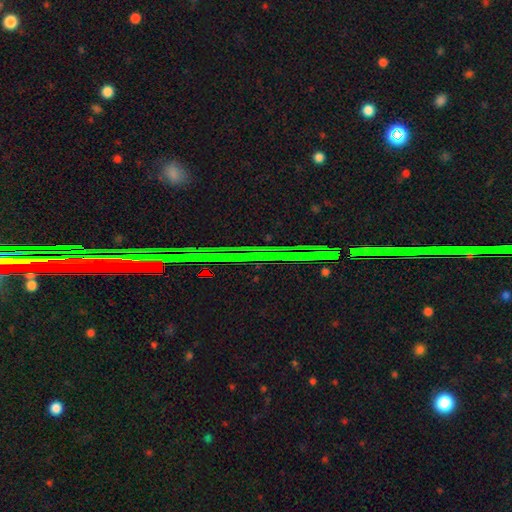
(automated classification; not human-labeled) Morphology: type=star or artifact (83%).